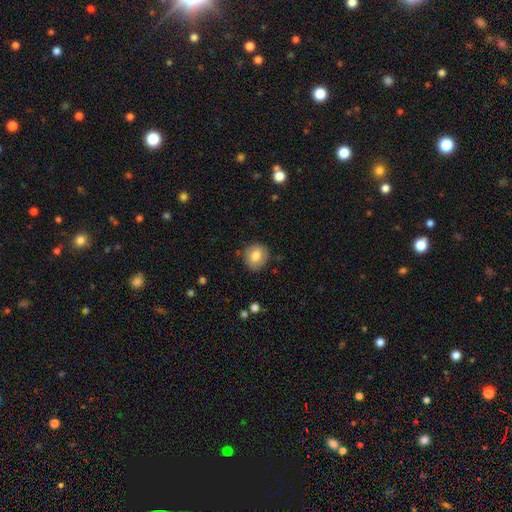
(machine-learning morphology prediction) This appears to be a smooth galaxy with no disk features (81%) that is round (79%). Merging: none (84%).